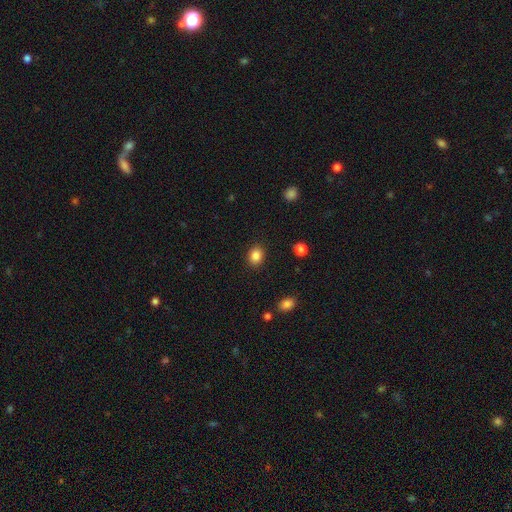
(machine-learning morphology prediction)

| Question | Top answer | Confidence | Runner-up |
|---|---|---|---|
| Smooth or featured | smooth | 86% | star or artifact (10%) |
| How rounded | round | 56% | in between (43%) |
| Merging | none | 89% | minor disturbance (7%) |